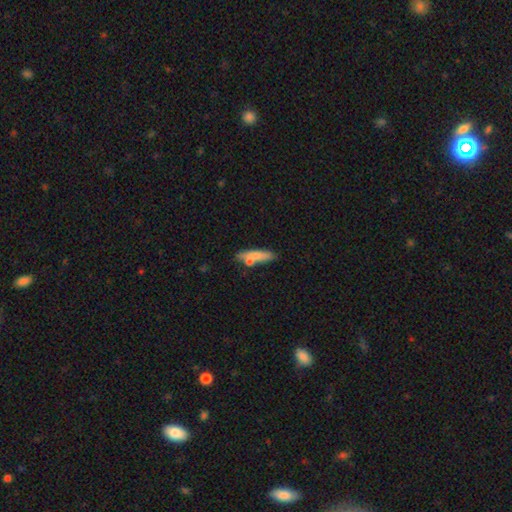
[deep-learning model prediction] Smooth or featured?
  - smooth: 73% *
  - featured or disk: 20%
  - star or artifact: 7%
How rounded?
  - cigar-shaped: 68% *
  - in between: 29%
  - round: 3%
Merging?
  - none: 67% *
  - minor disturbance: 16%
  - merger: 13%
  - major disturbance: 4%